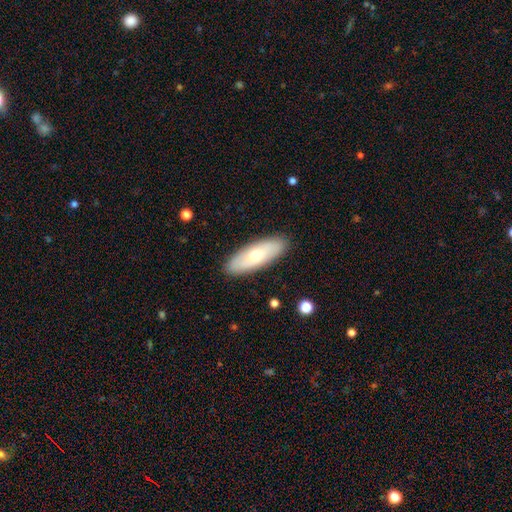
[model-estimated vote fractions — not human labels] Smooth or featured? Predicted: smooth (p=0.60). How rounded? Predicted: in between (p=0.66). Merging? Predicted: none (p=0.89).